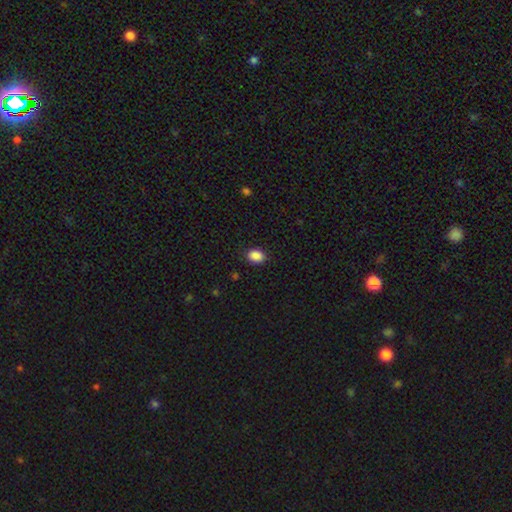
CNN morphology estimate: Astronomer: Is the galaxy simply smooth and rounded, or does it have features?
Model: smooth — 89%.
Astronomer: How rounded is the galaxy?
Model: in between — 68%.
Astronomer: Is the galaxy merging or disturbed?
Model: none — 88%.